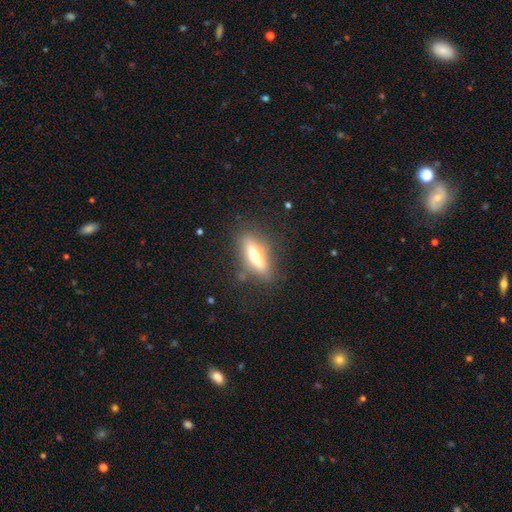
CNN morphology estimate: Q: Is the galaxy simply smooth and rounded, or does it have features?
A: smooth — 57%.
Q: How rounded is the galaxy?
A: cigar-shaped — 49%.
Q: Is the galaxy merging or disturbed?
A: none — 79%.